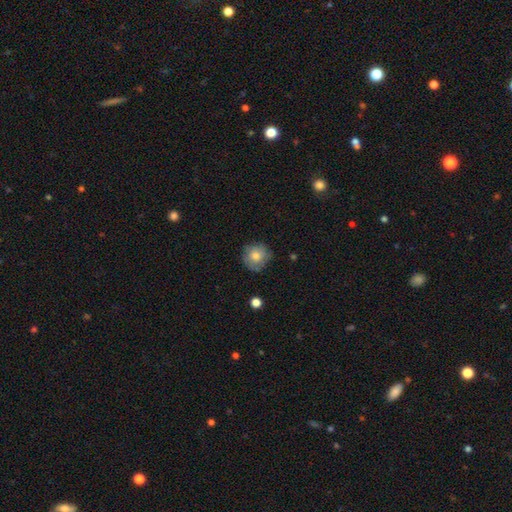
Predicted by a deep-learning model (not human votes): Smooth or featured? Predicted: smooth (p=0.70). How rounded? Predicted: round (p=0.89). Merging? Predicted: none (p=0.74).